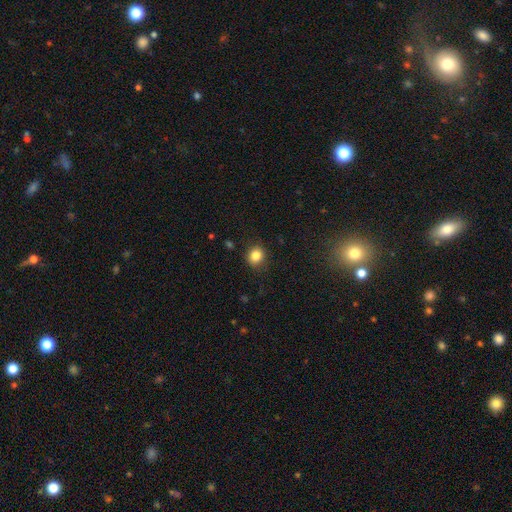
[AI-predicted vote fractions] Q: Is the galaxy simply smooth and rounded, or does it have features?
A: smooth — 84%.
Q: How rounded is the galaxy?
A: round — 80%.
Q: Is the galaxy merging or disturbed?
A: none — 87%.